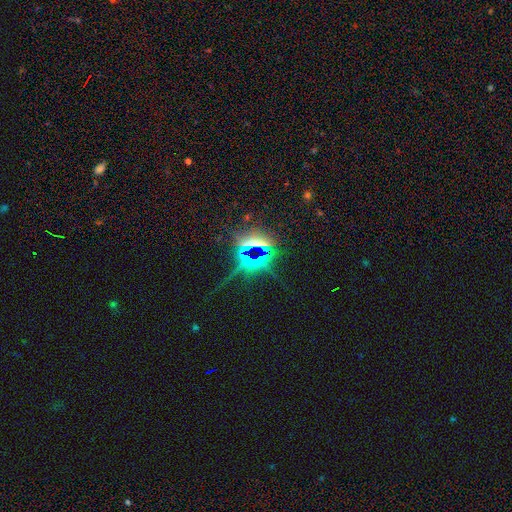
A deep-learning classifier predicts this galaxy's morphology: star or artifact 79%, featured or disk 12%, smooth 9%.